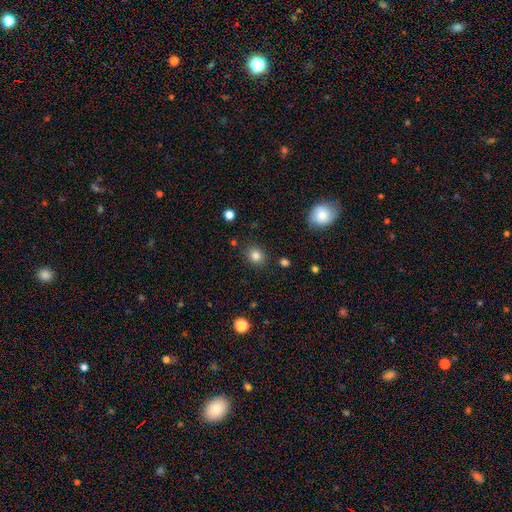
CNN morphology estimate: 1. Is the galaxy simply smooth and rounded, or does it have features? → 83% smooth, 12% star or artifact, 6% featured or disk.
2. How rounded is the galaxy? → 66% round, 33% in between, 1% cigar-shaped.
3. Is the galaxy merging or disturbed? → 85% none, 10% minor disturbance, 3% major disturbance, 2% merger.